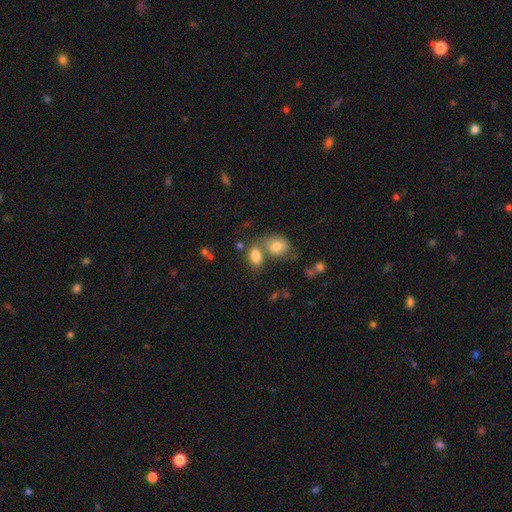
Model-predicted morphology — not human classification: Smooth or featured?
  - smooth: 81% *
  - featured or disk: 9%
  - star or artifact: 9%
How rounded?
  - in between: 86% *
  - round: 12%
  - cigar-shaped: 2%
Merging?
  - none: 44% *
  - merger: 40%
  - minor disturbance: 11%
  - major disturbance: 4%